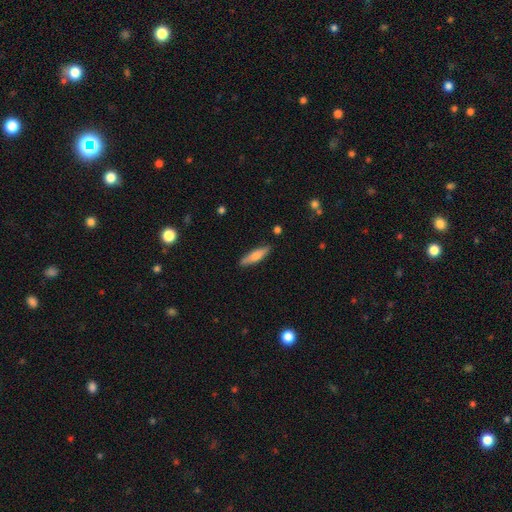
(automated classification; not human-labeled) Smooth or featured?
  - smooth: 66% *
  - featured or disk: 28%
  - star or artifact: 6%
How rounded?
  - cigar-shaped: 74% *
  - in between: 24%
  - round: 2%
Merging?
  - none: 87% *
  - minor disturbance: 10%
  - major disturbance: 2%
  - merger: 2%